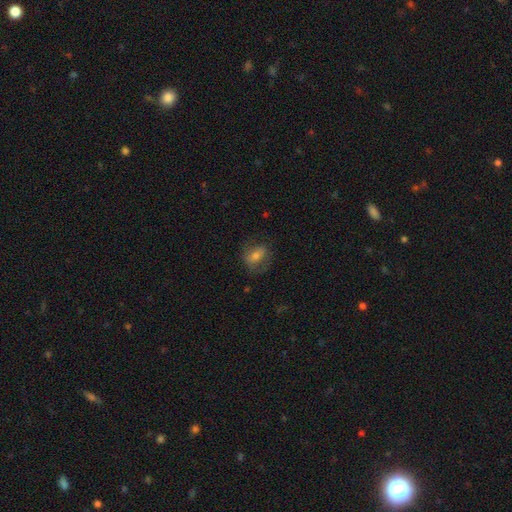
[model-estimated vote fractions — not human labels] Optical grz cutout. It shows a smooth galaxy with no disk features (53%) that is in between round and cigar-shaped (56%). Merging: none (67%).